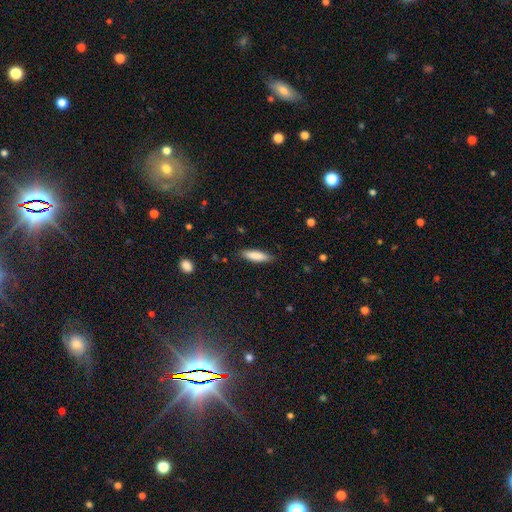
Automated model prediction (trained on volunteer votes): A smooth galaxy with no disk features (83%) that is cigar-shaped (64%).

Vote fractions:
- Smooth or featured? smooth: 83% / featured or disk: 11% / star or artifact: 6%
- How rounded? cigar-shaped: 64% / in between: 35% / round: 1%
- Merging? none: 86% / minor disturbance: 11% / major disturbance: 2% / merger: 1%